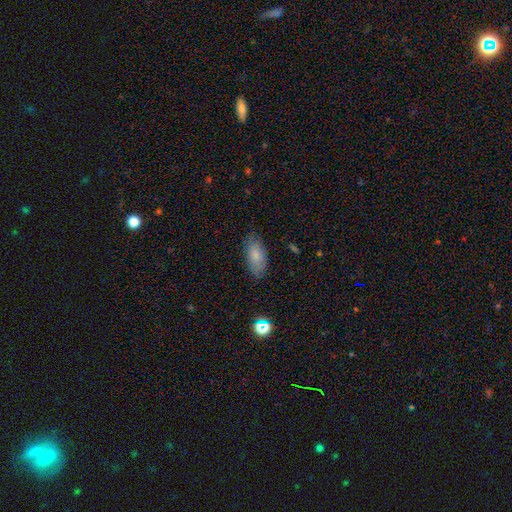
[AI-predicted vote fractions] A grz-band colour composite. It shows a smooth galaxy with no disk features (79%) that is in between round and cigar-shaped (90%). Merging: none (77%).